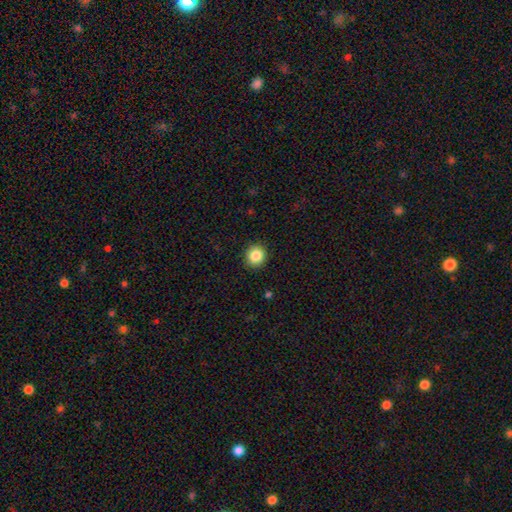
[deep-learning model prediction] Morphology: type=smooth (86%); roundness=round (89%); merging=none (92%).